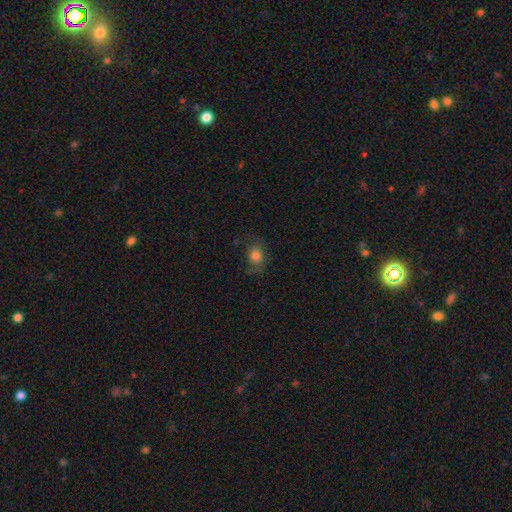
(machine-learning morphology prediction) This appears to be a smooth galaxy with no disk features (80%) that is round (53%). Merging: none (70%).